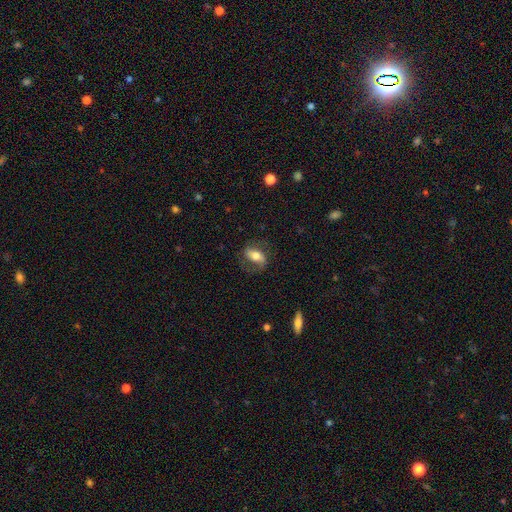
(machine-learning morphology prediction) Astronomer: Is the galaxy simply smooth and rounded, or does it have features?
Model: featured or disk — 50% (runner-up: smooth, 43%).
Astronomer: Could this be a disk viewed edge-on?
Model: no — 90%.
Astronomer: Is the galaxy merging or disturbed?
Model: none — 66%.